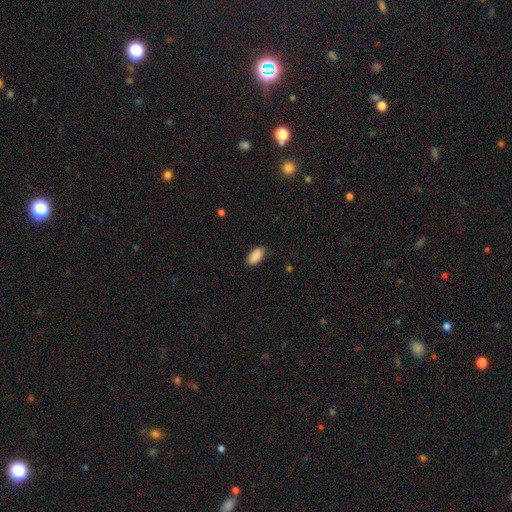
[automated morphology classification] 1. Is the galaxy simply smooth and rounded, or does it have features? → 90% smooth, 7% star or artifact, 3% featured or disk.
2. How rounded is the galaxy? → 94% in between, 3% round, 3% cigar-shaped.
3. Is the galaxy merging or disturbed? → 85% none, 11% minor disturbance, 3% major disturbance, 1% merger.